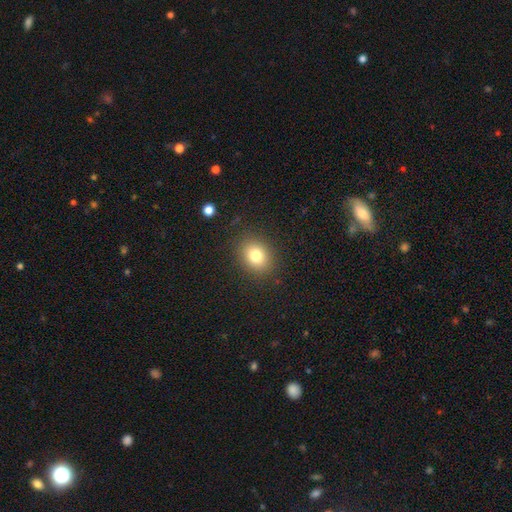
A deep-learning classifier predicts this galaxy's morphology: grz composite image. It shows a smooth galaxy with no disk features (80%) that is round (52%). Merging: none (87%).